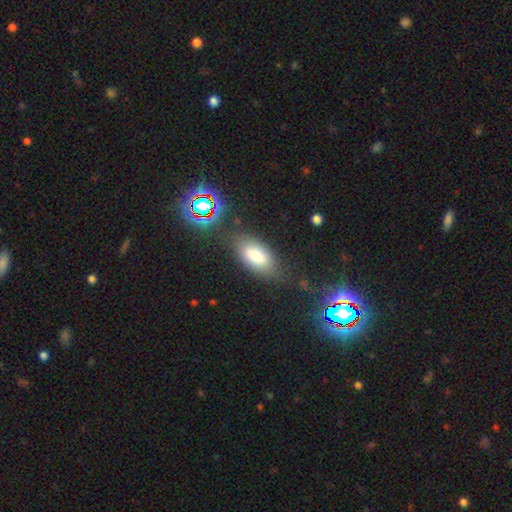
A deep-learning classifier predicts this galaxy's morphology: This appears to be a smooth galaxy with no disk features (75%) that is in between round and cigar-shaped (89%). Merging: none (77%).